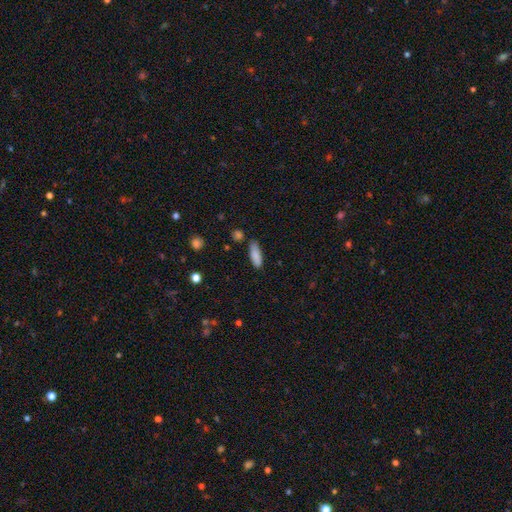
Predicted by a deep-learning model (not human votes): A smooth galaxy with no disk features (86%) that is in between round and cigar-shaped (53%). Merging: none (75%).